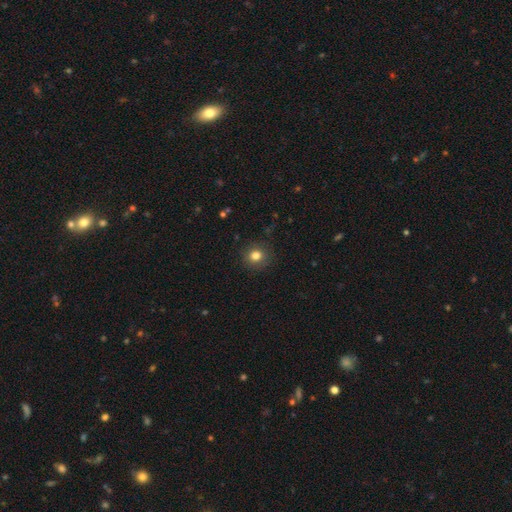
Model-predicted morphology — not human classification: type=smooth (82%); roundness=round (83%); merging=none (88%).